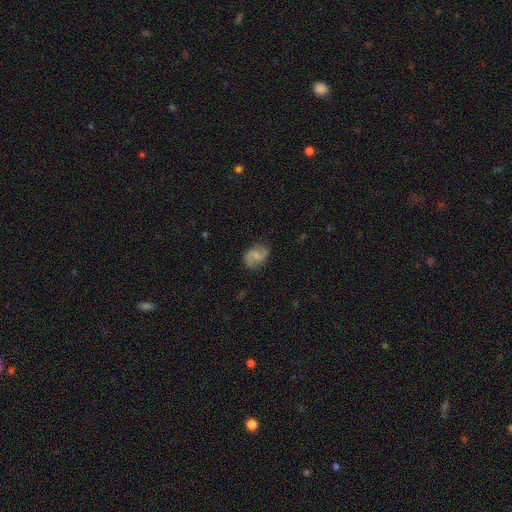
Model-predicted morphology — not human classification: Smooth or featured? featured or disk (65%)
Edge-on disk? no (97%)
Bar? weak (47%)
Spiral arms? yes (93%)
Spiral winding? loose (46%)
Spiral arm count? 2 (90%)
Bulge size? small (43%)
Merging? none (77%)